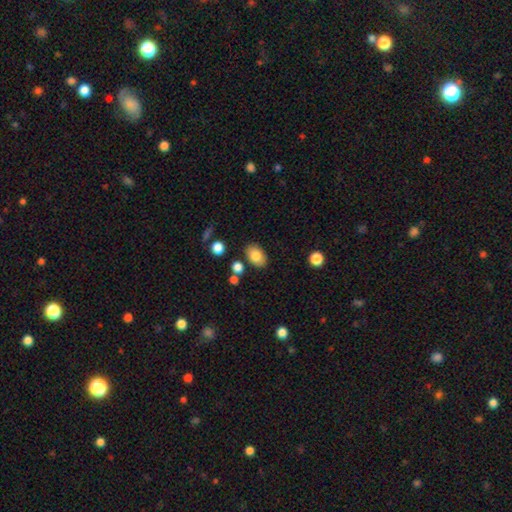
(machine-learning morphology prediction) This is clearly a smooth galaxy (82%). How rounded: clearly in between (88%). Merging: clearly none (82%).